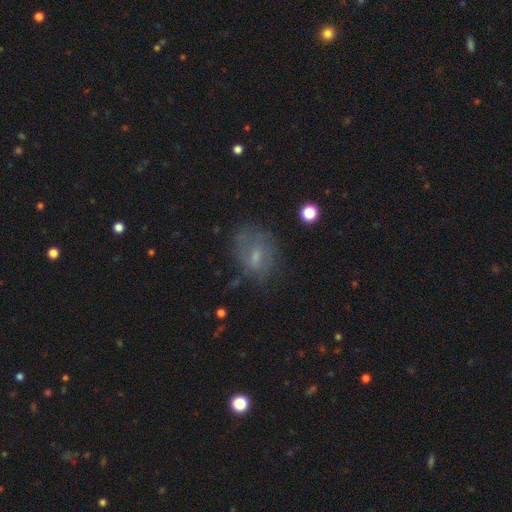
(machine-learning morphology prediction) A featured or disk galaxy (43%).

Vote fractions:
- Smooth or featured? featured or disk: 43% / smooth: 42% / star or artifact: 15%
- Merging? none: 58% / minor disturbance: 23% / major disturbance: 16% / merger: 2%